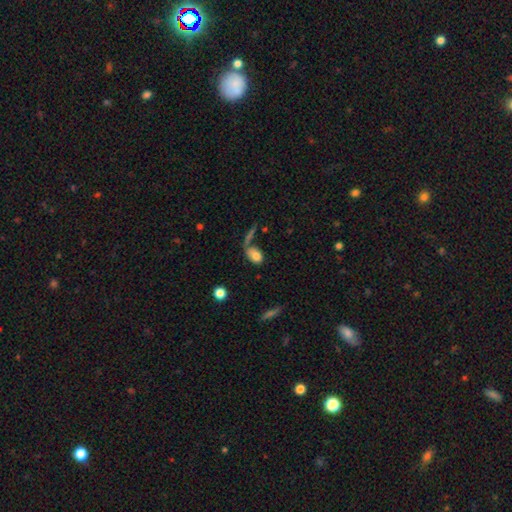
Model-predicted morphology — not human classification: smooth 77%, featured or disk 14%, star or artifact 9%. Down the decision tree: how rounded — in between (85%); merging — none (44%).